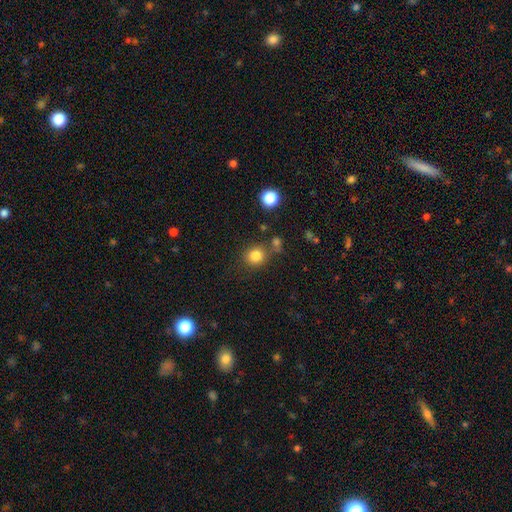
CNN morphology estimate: This is clearly a smooth galaxy (82%). How rounded: clearly round (85%). Merging: likely none (76%).